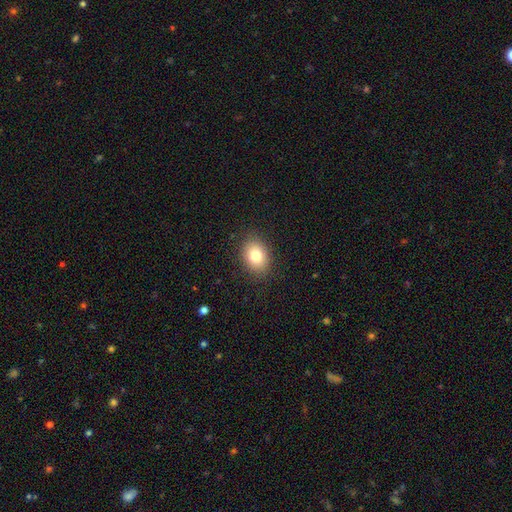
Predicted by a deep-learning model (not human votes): Smooth or featured?
  - smooth: 81% *
  - star or artifact: 10%
  - featured or disk: 9%
How rounded?
  - in between: 68% *
  - round: 31%
  - cigar-shaped: 1%
Merging?
  - none: 87% *
  - minor disturbance: 9%
  - major disturbance: 3%
  - merger: 1%